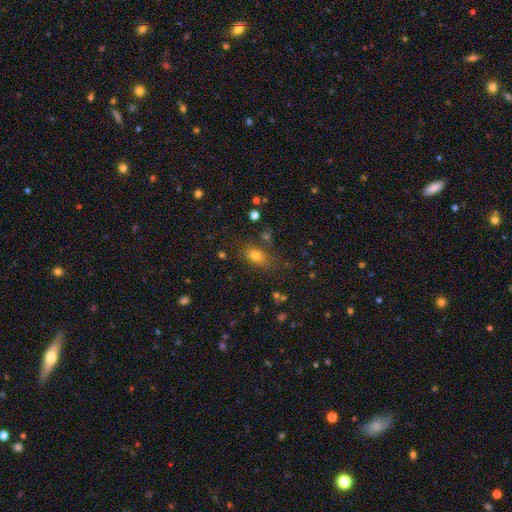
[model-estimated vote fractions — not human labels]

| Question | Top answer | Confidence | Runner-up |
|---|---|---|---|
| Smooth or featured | smooth | 74% | star or artifact (15%) |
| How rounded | in between | 75% | round (19%) |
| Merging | none | 72% | minor disturbance (16%) |